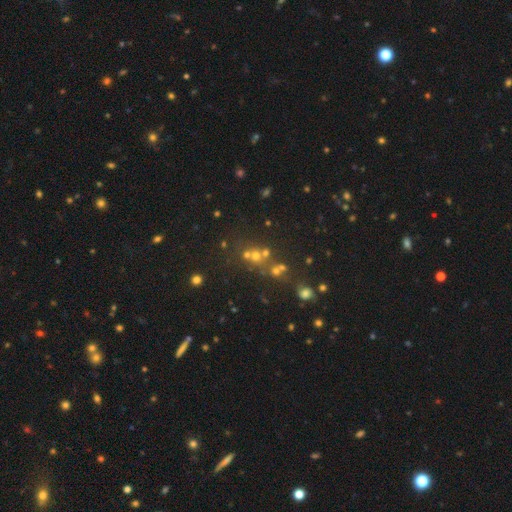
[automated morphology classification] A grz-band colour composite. It shows a star or artifact, not a galaxy (47%).